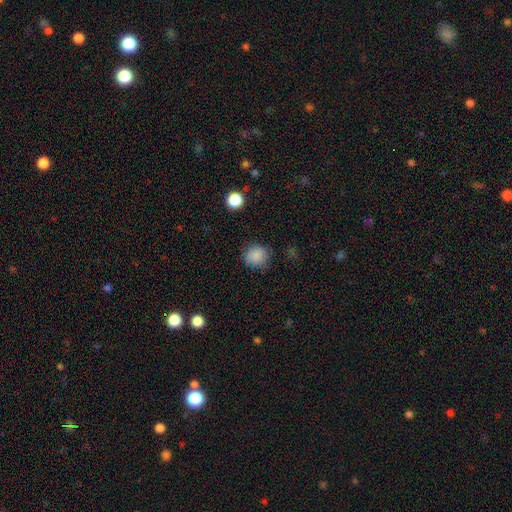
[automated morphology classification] This is clearly a smooth galaxy (85%). How rounded: clearly round (85%). Merging: clearly none (81%).